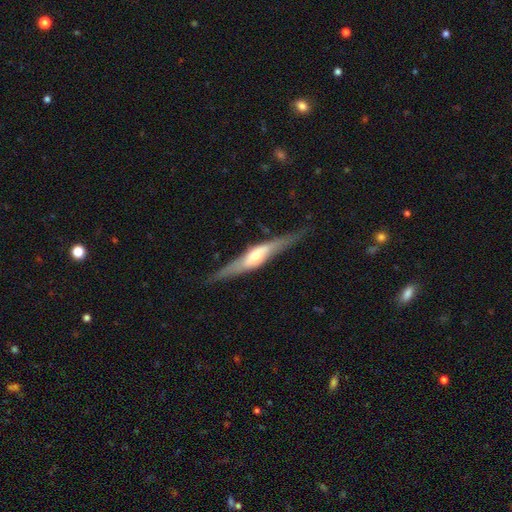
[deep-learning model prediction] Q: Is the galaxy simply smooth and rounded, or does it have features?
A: featured or disk — 73%.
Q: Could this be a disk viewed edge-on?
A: yes — 90%.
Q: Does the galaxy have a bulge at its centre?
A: rounded — 75%.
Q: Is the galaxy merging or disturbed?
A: none — 79%.